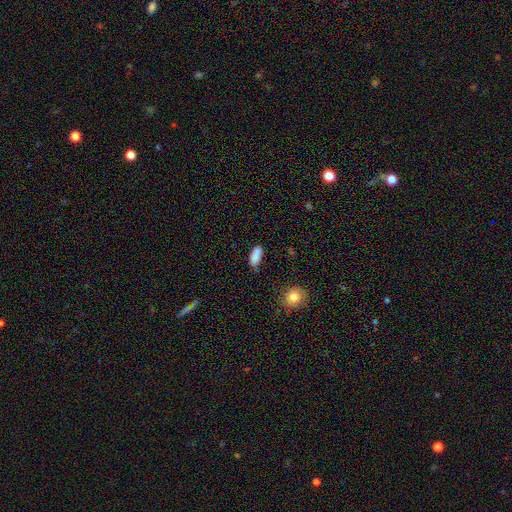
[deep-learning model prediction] This is clearly a smooth galaxy (87%). How rounded: clearly in between (85%). Merging: likely none (70%).